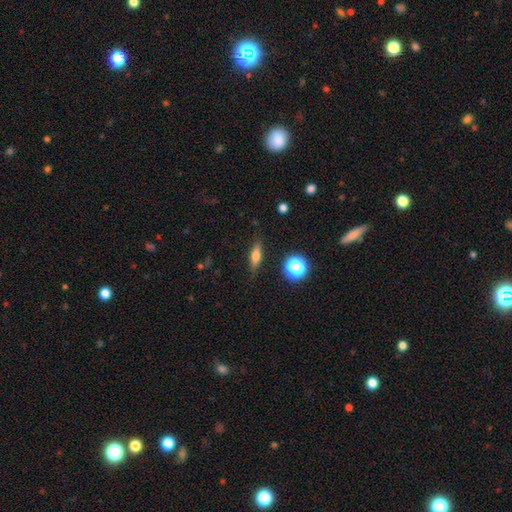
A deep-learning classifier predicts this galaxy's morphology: This is likely a smooth galaxy (63%). How rounded: possibly cigar-shaped (50%). Merging: clearly none (85%).